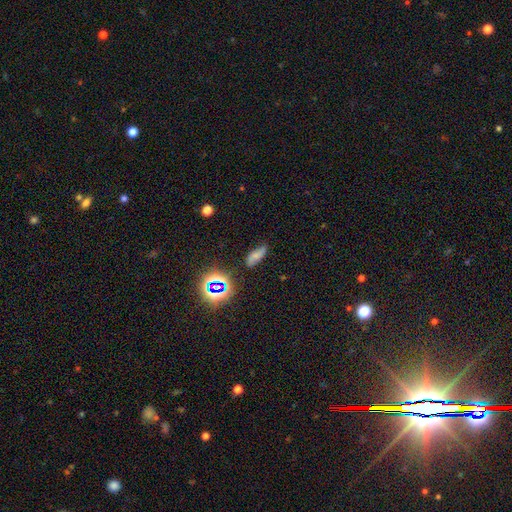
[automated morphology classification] smooth 50%, featured or disk 28%, star or artifact 22%. Down the decision tree: how rounded — in between (68%); merging — none (64%).